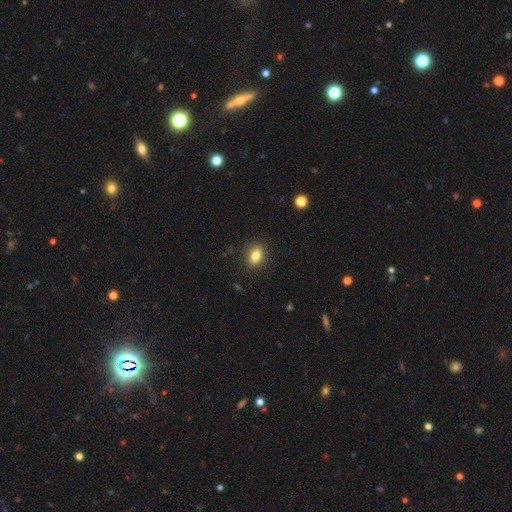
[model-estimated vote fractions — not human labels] Q: Smooth or featured?
A: smooth (81%); runner-up: featured or disk (10%)
Q: How rounded?
A: in between (76%); runner-up: round (20%)
Q: Merging?
A: none (87%); runner-up: minor disturbance (10%)